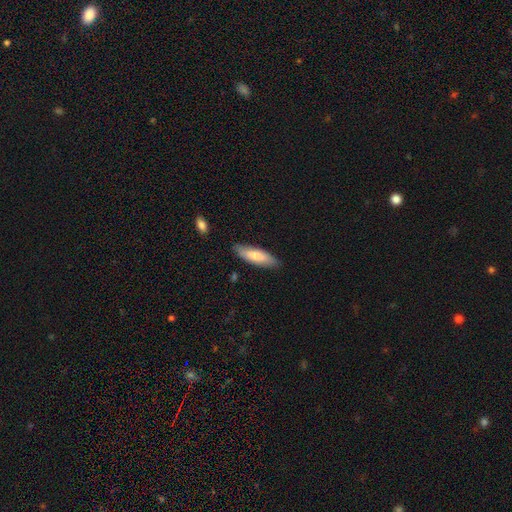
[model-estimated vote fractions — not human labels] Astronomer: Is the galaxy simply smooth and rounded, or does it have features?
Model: smooth — 75%.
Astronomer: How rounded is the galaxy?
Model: in between — 50% (runner-up: cigar-shaped, 48%).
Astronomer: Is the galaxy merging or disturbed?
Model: none — 83%.